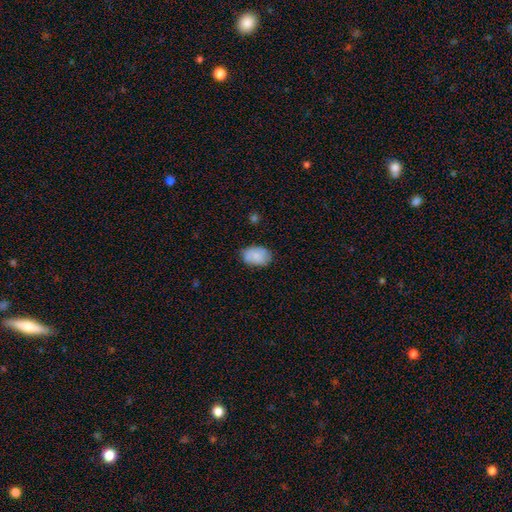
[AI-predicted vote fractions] The model was most divided on "merging": none: 80%, minor disturbance: 16%, major disturbance: 3%, merger: 1%. More confident: how rounded — in between (88%); smooth or featured — smooth (84%).